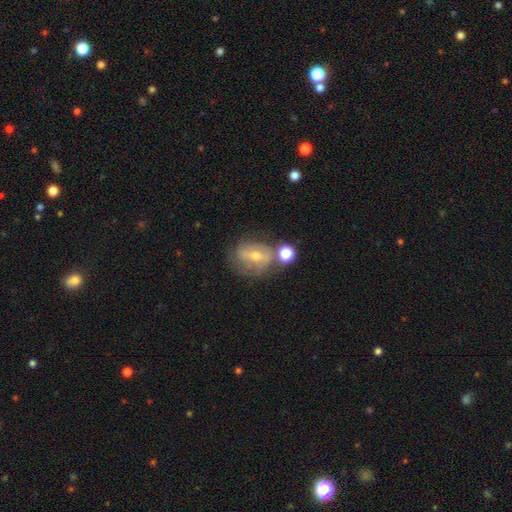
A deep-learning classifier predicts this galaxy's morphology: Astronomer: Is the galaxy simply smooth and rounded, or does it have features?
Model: featured or disk — 54% (runner-up: smooth, 34%).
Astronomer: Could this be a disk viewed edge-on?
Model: no — 94%.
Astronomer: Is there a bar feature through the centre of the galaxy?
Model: weak — 41% (runner-up: no, 35%).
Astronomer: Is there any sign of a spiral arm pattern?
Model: yes — 64%.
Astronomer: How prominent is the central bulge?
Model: moderate — 51% (runner-up: small, 43%).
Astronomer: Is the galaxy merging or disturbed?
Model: none — 47%.